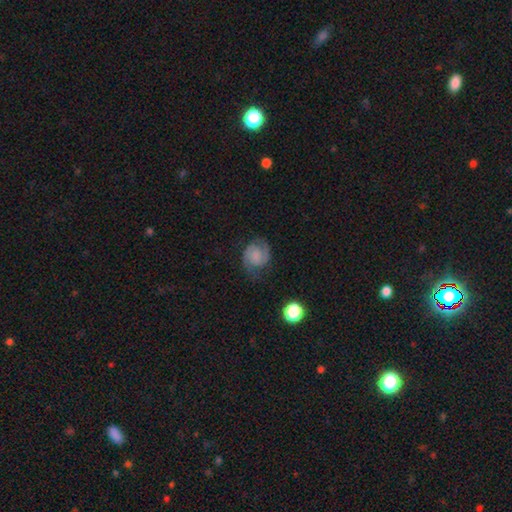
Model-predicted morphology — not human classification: The model was most divided on "bulge size": none: 41%, small: 30%, moderate: 20%, large: 7%, dominant: 2%. Remaining: edge-on disk — no (98%); spiral arms — yes (95%); spiral arm count — 2 (88%); merging — none (71%); smooth or featured — featured or disk (68%); bar — no (58%); spiral winding — medium (49%).